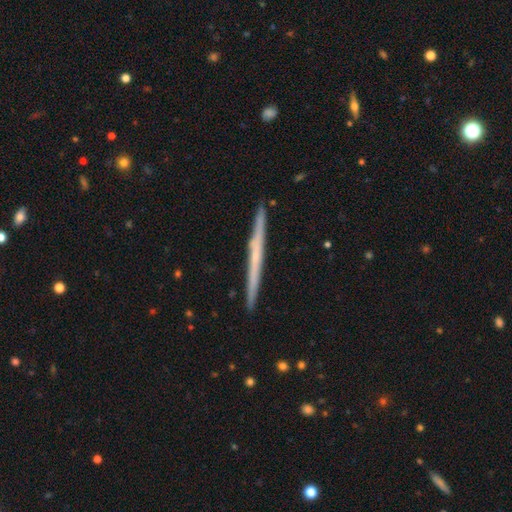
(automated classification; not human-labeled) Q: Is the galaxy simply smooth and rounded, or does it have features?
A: featured or disk — 57%.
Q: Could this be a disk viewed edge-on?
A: yes — 98%.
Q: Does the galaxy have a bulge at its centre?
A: none — 83%.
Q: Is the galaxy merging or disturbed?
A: none — 92%.